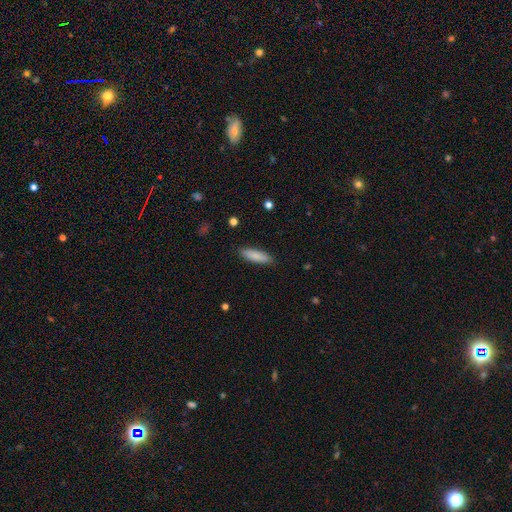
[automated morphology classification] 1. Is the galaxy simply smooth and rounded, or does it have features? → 86% smooth, 8% featured or disk, 6% star or artifact.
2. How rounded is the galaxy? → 56% cigar-shaped, 42% in between, 1% round.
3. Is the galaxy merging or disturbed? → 88% none, 9% minor disturbance, 2% major disturbance, 1% merger.